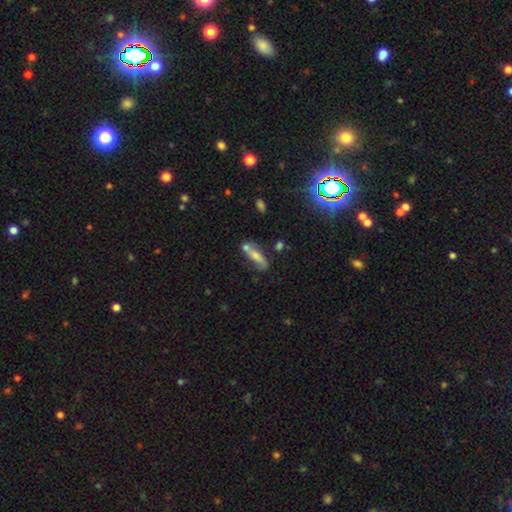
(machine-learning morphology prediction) This is possibly a featured or disk galaxy (45%, tied with smooth). Merging: possibly none (52%).